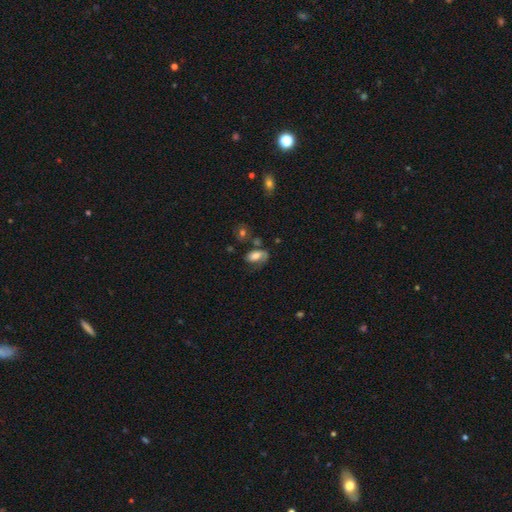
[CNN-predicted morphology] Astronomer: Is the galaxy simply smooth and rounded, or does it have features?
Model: smooth — 55% (runner-up: featured or disk, 36%).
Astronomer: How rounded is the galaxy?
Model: in between — 89%.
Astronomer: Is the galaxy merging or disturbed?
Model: none — 42% (runner-up: major disturbance, 25%).